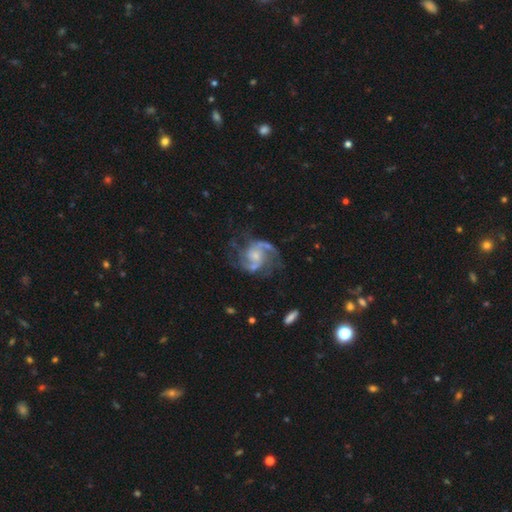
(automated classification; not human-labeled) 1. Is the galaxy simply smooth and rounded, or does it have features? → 89% featured or disk, 5% smooth, 5% star or artifact.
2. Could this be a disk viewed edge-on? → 98% no, 2% yes.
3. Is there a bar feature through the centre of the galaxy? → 60% no, 33% weak, 7% strong.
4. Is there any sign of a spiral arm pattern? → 97% yes, 3% no.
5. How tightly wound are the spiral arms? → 54% medium, 24% loose, 22% tight.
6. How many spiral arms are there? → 72% 2, 10% 3, 8% can't tell, 4% 1, 3% 4, 3% more than 4.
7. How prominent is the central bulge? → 60% small, 28% moderate, 7% none, 3% large, 1% dominant.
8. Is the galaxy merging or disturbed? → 62% none, 18% minor disturbance, 16% major disturbance, 4% merger.